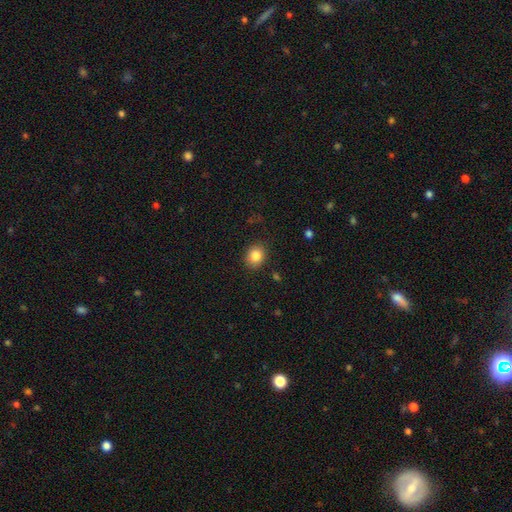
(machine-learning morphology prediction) smooth 84%, star or artifact 10%, featured or disk 7%. Down the decision tree: how rounded — round (59%); merging — none (87%).